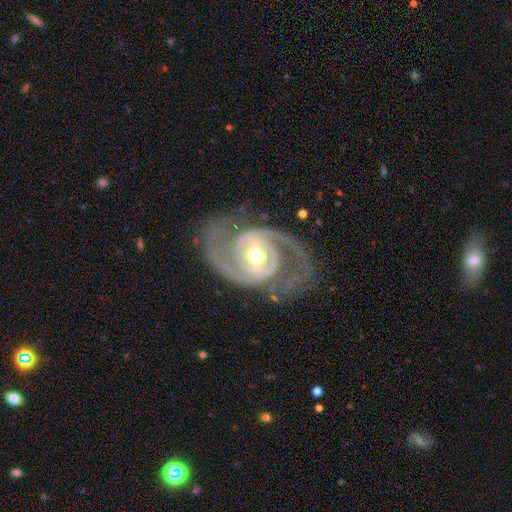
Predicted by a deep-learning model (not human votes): A featured or disk galaxy (93%) with a weak bar (42%), 2 (89%) medium (51%) spiral arms (98%) and a moderate central bulge (65%).

Vote fractions:
- Smooth or featured? featured or disk: 93% / star or artifact: 4% / smooth: 3%
- Edge-on disk? no: 97% / yes: 3%
- Bar? weak: 42% / strong: 39% / no: 19%
- Spiral arms? yes: 98% / no: 2%
- Spiral winding? medium: 51% / tight: 39% / loose: 10%
- Spiral arm count? 2: 89% / 3: 4% / can't tell: 3% / 1: 2% / 4: 1% / more than 4: 1%
- Bulge size? moderate: 65% / small: 28% / large: 5% / none: 1% / dominant: 1%
- Merging? none: 72% / minor disturbance: 16% / major disturbance: 10% / merger: 2%